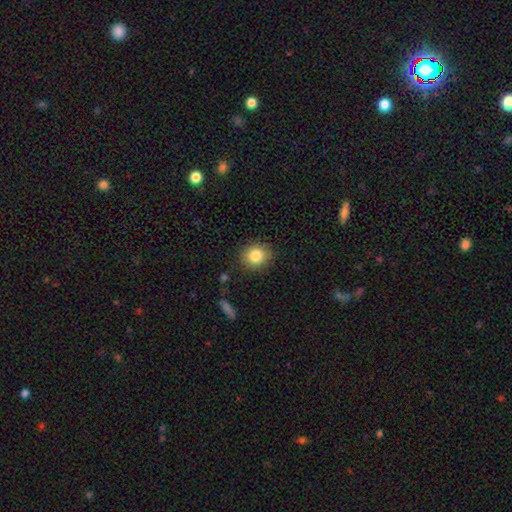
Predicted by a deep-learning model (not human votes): smooth_or_featured: smooth (p=0.84) [alt: star or artifact p=0.09]
how_rounded: round (p=0.78) [alt: in between p=0.21]
merging: none (p=0.87) [alt: minor disturbance p=0.09]